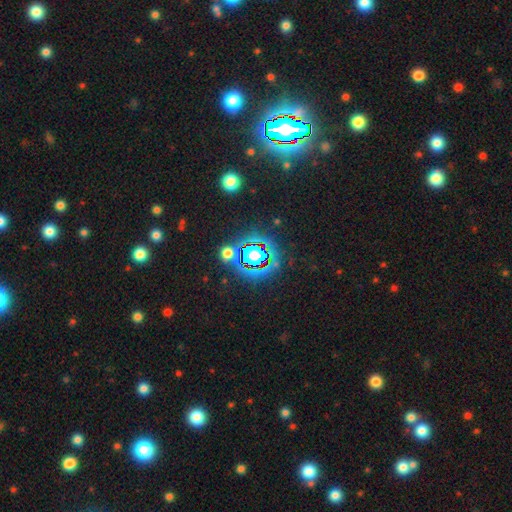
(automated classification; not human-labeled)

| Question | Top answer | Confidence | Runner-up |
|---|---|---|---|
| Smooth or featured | star or artifact | 69% | smooth (20%) |